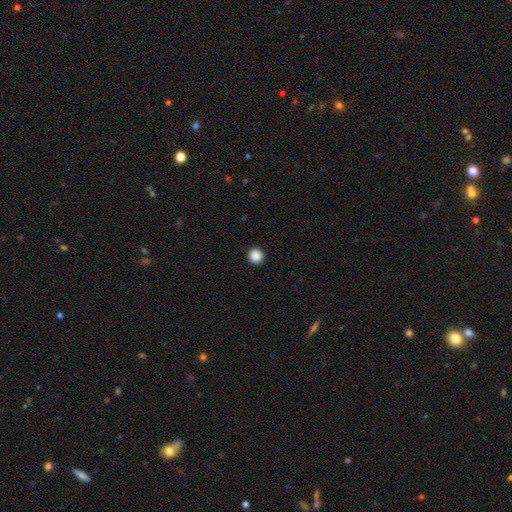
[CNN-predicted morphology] smooth 88%, star or artifact 9%, featured or disk 2%. Down the decision tree: how rounded — round (96%); merging — none (94%).